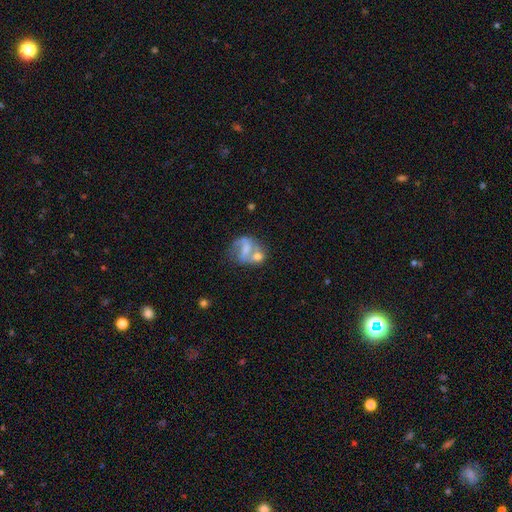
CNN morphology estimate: featured or disk 64%, smooth 26%, star or artifact 11%. Down the decision tree: edge-on disk — no (96%); bar — weak (40%); spiral arms — yes (70%); bulge size — small (41%); merging — none (41%).